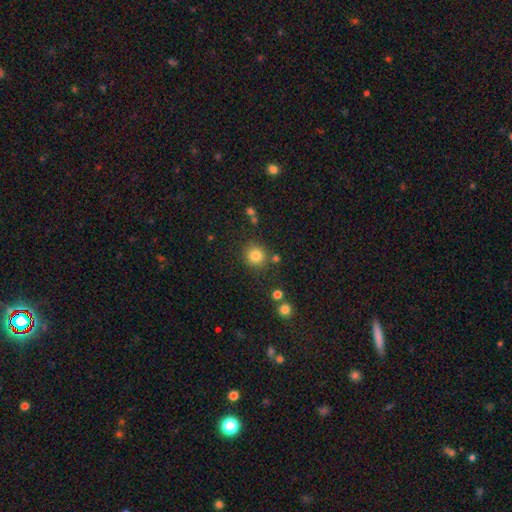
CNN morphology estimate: A smooth galaxy with no disk features (82%) that is round (90%).

Vote fractions:
- Smooth or featured? smooth: 82% / star or artifact: 12% / featured or disk: 6%
- How rounded? round: 90% / in between: 9% / cigar-shaped: 1%
- Merging? none: 82% / minor disturbance: 9% / merger: 6% / major disturbance: 4%